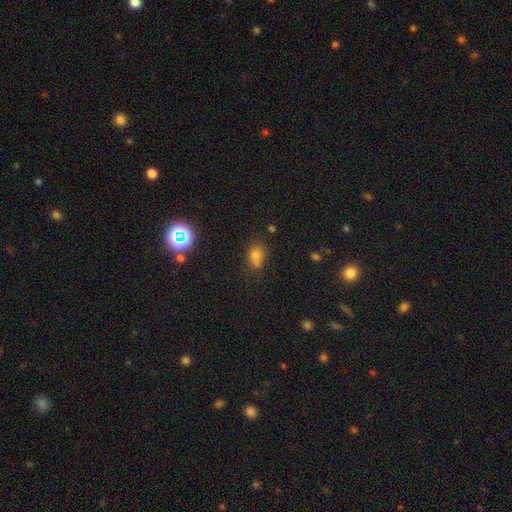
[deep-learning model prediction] Morphology: type=smooth (68%); roundness=in between (50%); merging=none (53%).